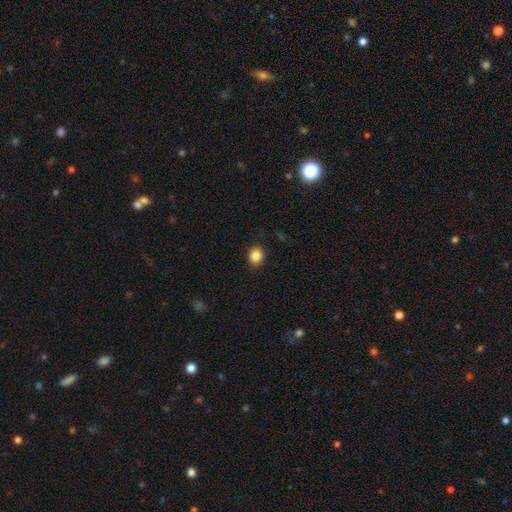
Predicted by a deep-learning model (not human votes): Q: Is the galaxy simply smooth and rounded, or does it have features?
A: smooth — 85%.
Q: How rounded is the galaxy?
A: round — 69%.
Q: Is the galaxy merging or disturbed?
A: none — 90%.